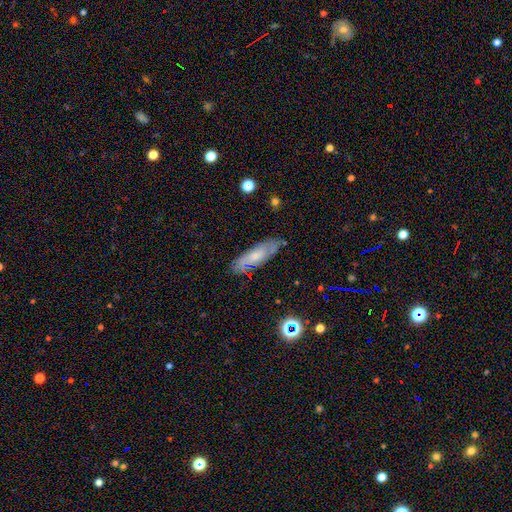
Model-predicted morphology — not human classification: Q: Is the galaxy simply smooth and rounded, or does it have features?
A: featured or disk — 47%.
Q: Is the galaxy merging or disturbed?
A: none — 78%.